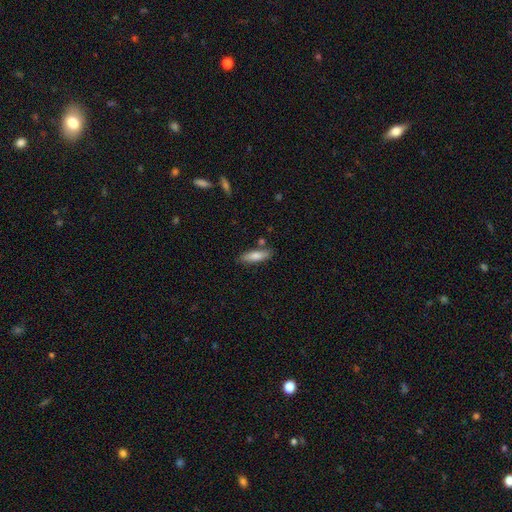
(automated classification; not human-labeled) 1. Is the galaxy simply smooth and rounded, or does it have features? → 74% smooth, 20% featured or disk, 6% star or artifact.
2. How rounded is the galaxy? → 57% cigar-shaped, 41% in between, 2% round.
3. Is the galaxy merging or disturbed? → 80% none, 13% minor disturbance, 5% merger, 2% major disturbance.